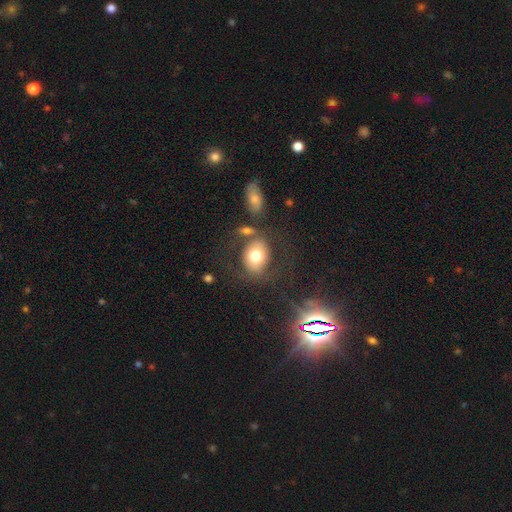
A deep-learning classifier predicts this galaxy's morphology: A smooth galaxy with no disk features (66%) that is in between round and cigar-shaped (51%).

Vote fractions:
- Smooth or featured? smooth: 66% / featured or disk: 25% / star or artifact: 9%
- How rounded? in between: 51% / round: 48% / cigar-shaped: 1%
- Merging? none: 62% / minor disturbance: 17% / major disturbance: 12% / merger: 10%